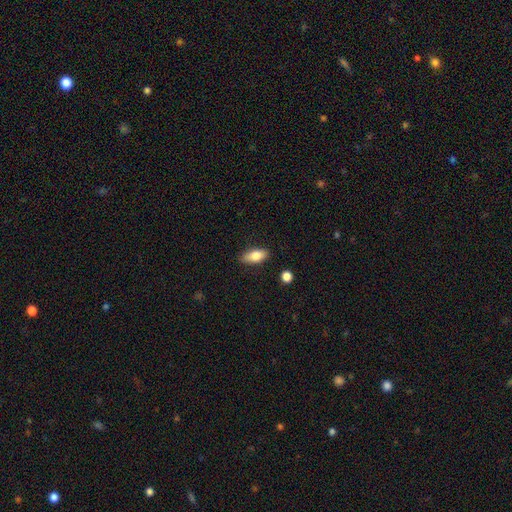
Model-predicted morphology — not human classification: A smooth galaxy with no disk features (77%) that is in between round and cigar-shaped (83%). Merging: none (86%).